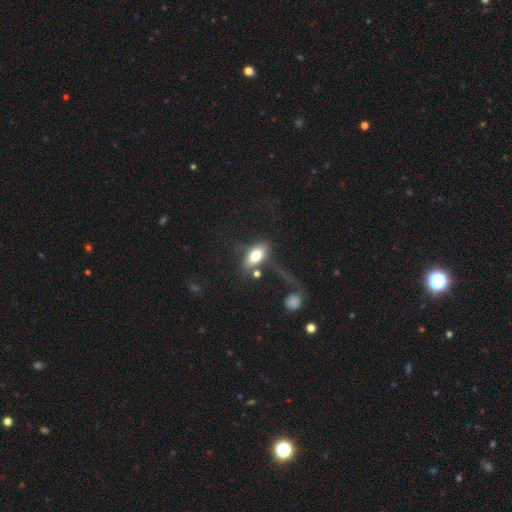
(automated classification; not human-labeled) smooth 71%, featured or disk 21%, star or artifact 8%. Down the decision tree: how rounded — in between (86%); merging — none (50%).